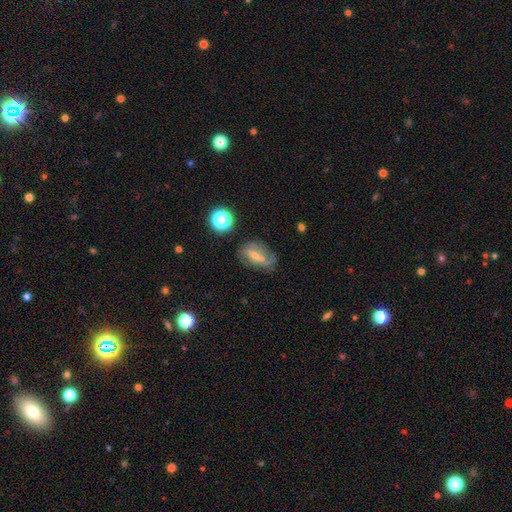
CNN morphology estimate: Overall: featured or disk (47%; smooth 40%). Merging: none (54%; minor disturbance 26%).